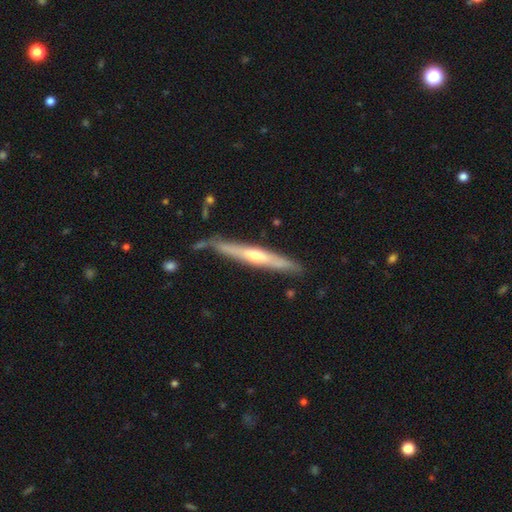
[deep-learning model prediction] A featured or disk galaxy (66%) viewed edge-on (93%) with a rounded central bulge (76%). Merging: none (77%).